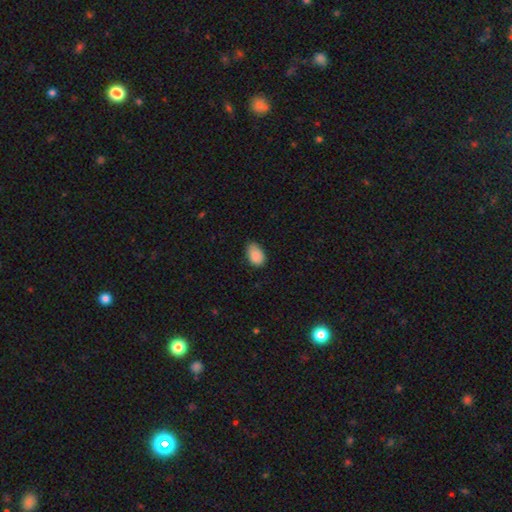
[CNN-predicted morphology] smooth 88%, star or artifact 7%, featured or disk 4%. Down the decision tree: how rounded — in between (89%); merging — none (64%).